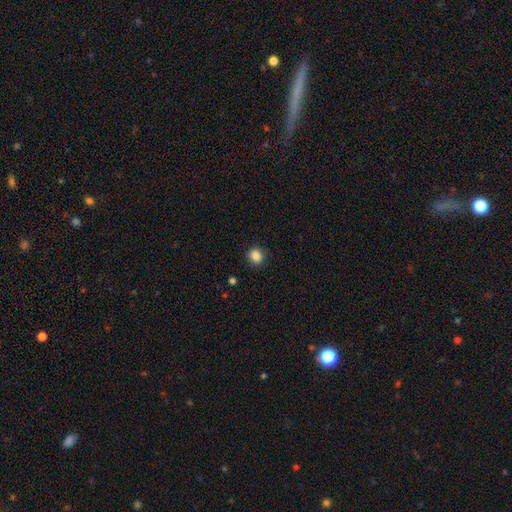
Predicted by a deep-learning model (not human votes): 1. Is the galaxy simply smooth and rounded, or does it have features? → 87% smooth, 10% star or artifact, 3% featured or disk.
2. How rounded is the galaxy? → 69% round, 30% in between, 1% cigar-shaped.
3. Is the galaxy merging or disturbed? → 87% none, 10% minor disturbance, 3% major disturbance, 1% merger.